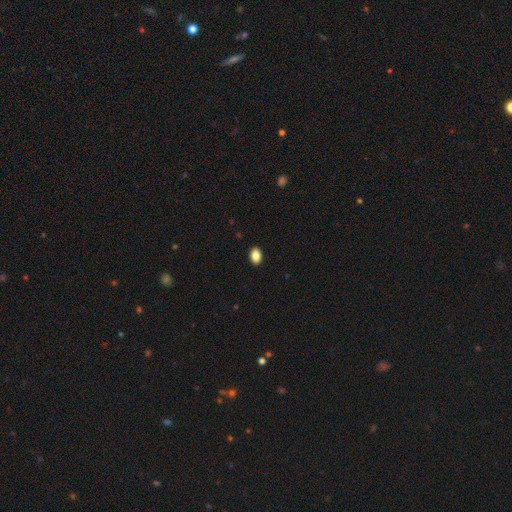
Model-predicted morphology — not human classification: Overall: smooth (89%). How rounded: in between (82%). Merging: none (91%).